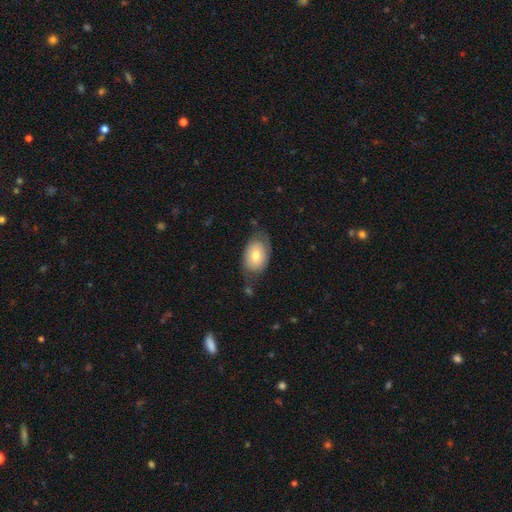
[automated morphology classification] A smooth galaxy with no disk features (63%) that is in between round and cigar-shaped (83%). Merging: none (57%).